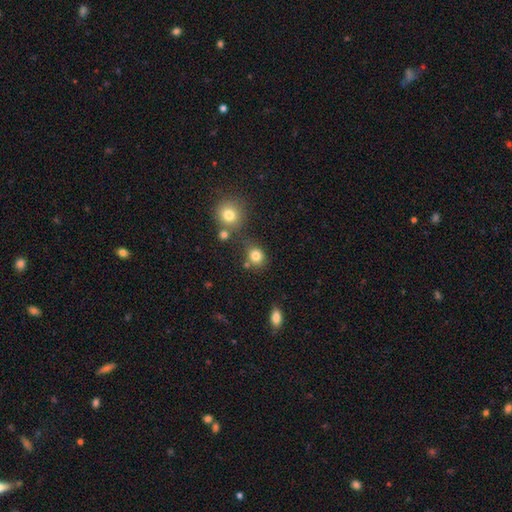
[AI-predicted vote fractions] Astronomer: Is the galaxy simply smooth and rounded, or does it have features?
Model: smooth — 81%.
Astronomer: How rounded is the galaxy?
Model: round — 74%.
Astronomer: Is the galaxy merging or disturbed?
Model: none — 68%.